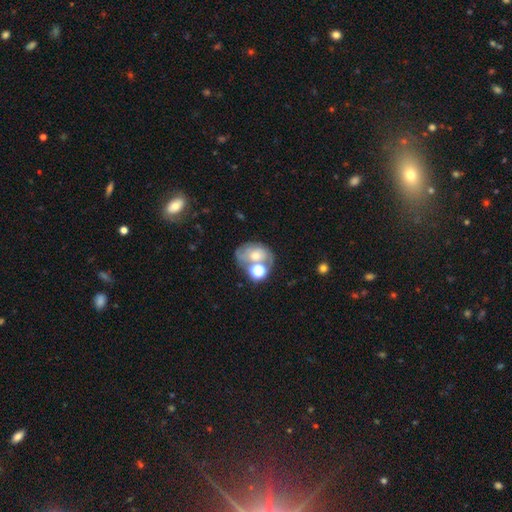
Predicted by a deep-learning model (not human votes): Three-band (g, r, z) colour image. It shows a smooth galaxy with no disk features (44%). Merging: none (36%).